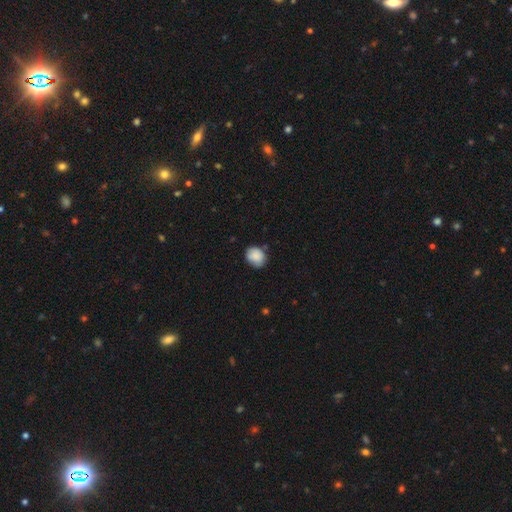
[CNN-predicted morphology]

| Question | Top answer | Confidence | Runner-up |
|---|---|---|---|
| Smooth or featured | smooth | 86% | star or artifact (8%) |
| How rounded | round | 57% | in between (42%) |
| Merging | none | 71% | minor disturbance (23%) |